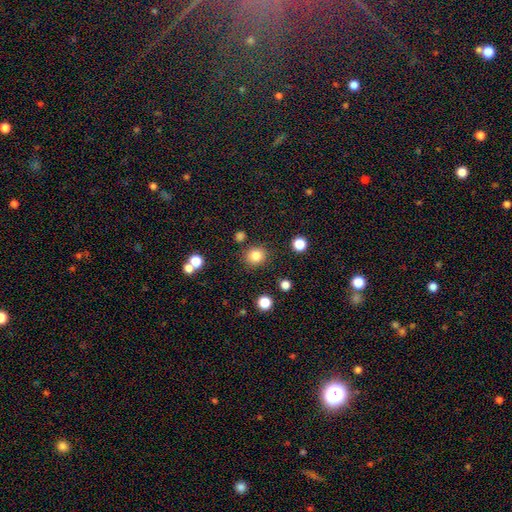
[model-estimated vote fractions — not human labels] Smooth or featured?
  - smooth: 83% *
  - star or artifact: 12%
  - featured or disk: 5%
How rounded?
  - round: 87% *
  - in between: 12%
  - cigar-shaped: 1%
Merging?
  - none: 85% *
  - minor disturbance: 8%
  - merger: 4%
  - major disturbance: 3%